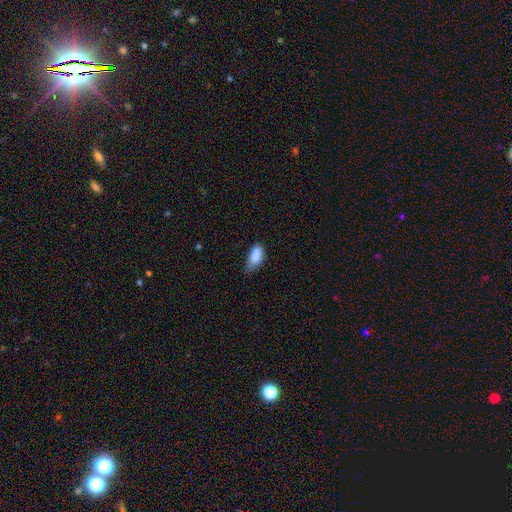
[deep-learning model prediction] This is clearly a smooth galaxy (87%). How rounded: clearly in between (90%). Merging: possibly minor disturbance (45%).